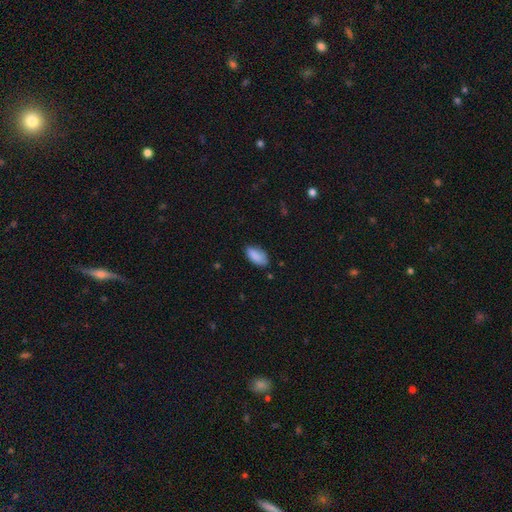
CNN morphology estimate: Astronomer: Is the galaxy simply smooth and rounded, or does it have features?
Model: smooth — 86%.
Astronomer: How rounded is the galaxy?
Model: in between — 92%.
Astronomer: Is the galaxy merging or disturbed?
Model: none — 71%.